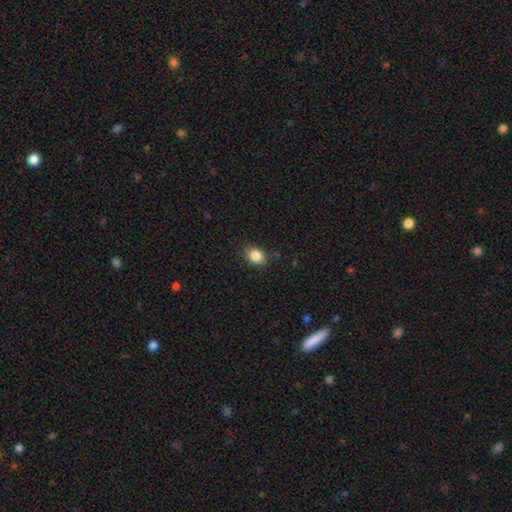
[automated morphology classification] This is clearly a smooth galaxy (86%). How rounded: likely in between (66%). Merging: clearly none (85%).